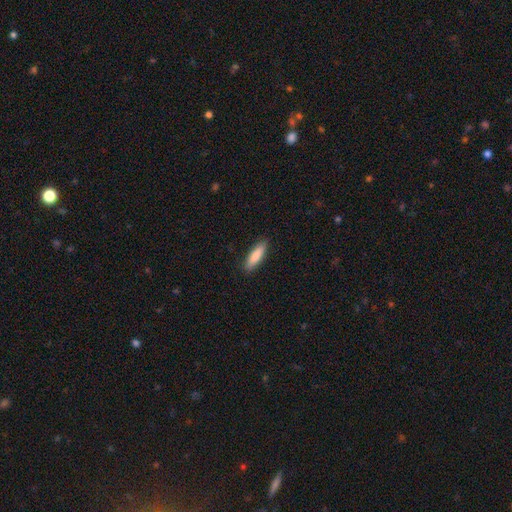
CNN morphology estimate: Overall: smooth (85%). How rounded: cigar-shaped (62%; in between 36%). Merging: none (89%).